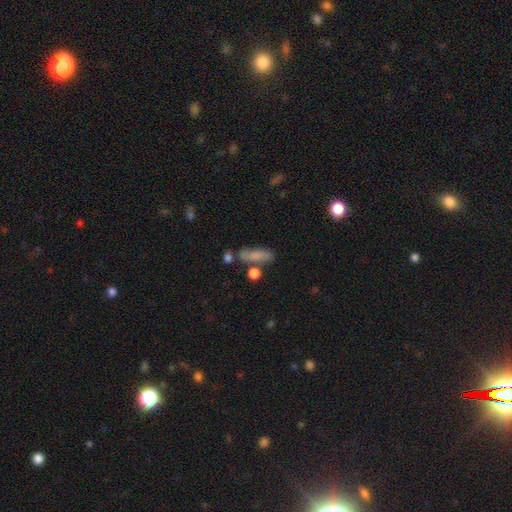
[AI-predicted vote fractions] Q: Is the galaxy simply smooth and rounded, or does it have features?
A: smooth — 74%.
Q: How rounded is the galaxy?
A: in between — 48%.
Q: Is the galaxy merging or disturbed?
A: none — 64%.